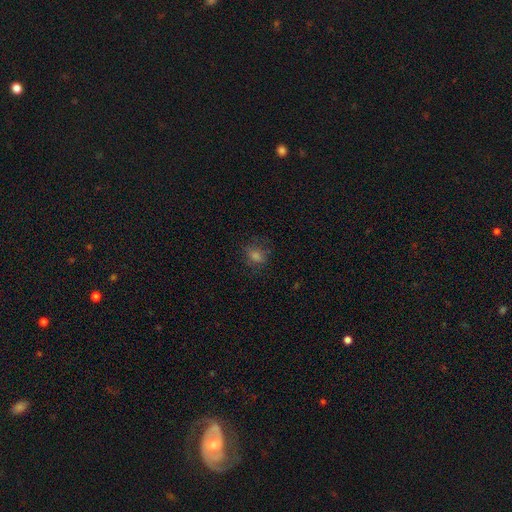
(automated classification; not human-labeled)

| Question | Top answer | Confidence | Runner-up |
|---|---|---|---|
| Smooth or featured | smooth | 60% | star or artifact (26%) |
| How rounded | round | 64% | in between (34%) |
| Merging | none | 75% | minor disturbance (15%) |